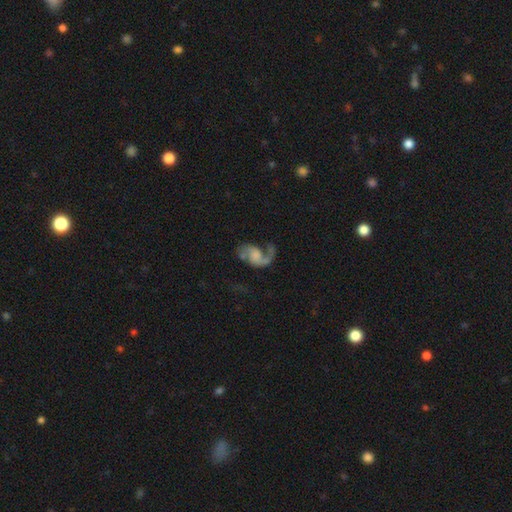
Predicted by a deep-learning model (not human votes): A featured or disk galaxy (80%) with no bar (64%), 2 (64%) loose (64%) spiral arms (93%) and no central bulge (44%).

Vote fractions:
- Smooth or featured? featured or disk: 80% / smooth: 13% / star or artifact: 7%
- Edge-on disk? no: 98% / yes: 2%
- Bar? no: 64% / weak: 29% / strong: 7%
- Spiral arms? yes: 93% / no: 7%
- Spiral winding? loose: 64% / medium: 29% / tight: 7%
- Spiral arm count? 2: 64% / 1: 32% / can't tell: 2% / 3: 1% / 4: 1% / more than 4: 1%
- Bulge size? none: 44% / small: 18% / large: 17% / moderate: 17% / dominant: 4%
- Merging? none: 44% / major disturbance: 32% / minor disturbance: 18% / merger: 6%